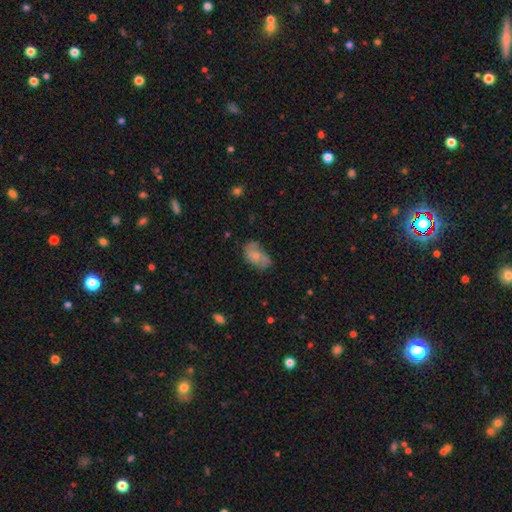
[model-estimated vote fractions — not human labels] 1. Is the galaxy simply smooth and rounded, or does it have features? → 51% smooth, 40% featured or disk, 9% star or artifact.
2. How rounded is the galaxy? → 87% in between, 11% round, 2% cigar-shaped.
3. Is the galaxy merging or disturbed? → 48% none, 31% minor disturbance, 15% major disturbance, 6% merger.